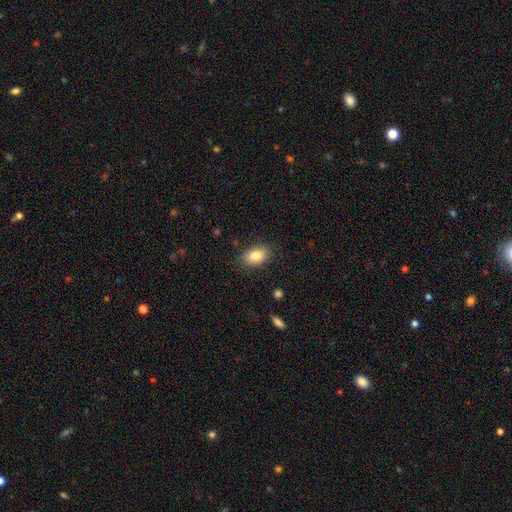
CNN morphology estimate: smooth 86%, star or artifact 8%, featured or disk 7%. Down the decision tree: how rounded — in between (89%); merging — none (83%).